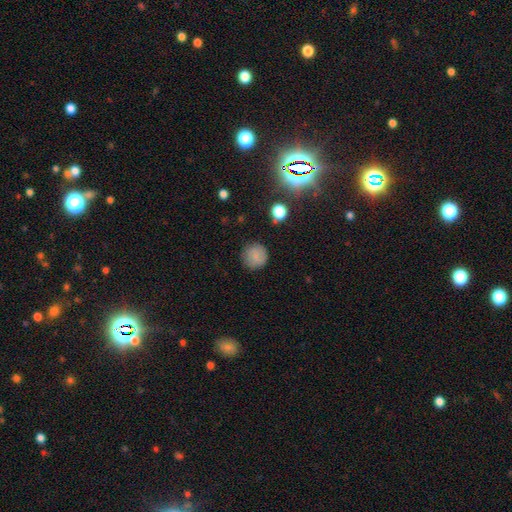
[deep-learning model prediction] A smooth galaxy with no disk features (81%) that is round (93%).

Vote fractions:
- Smooth or featured? smooth: 81% / star or artifact: 11% / featured or disk: 8%
- How rounded? round: 93% / in between: 6% / cigar-shaped: 1%
- Merging? none: 84% / minor disturbance: 11% / major disturbance: 3% / merger: 1%